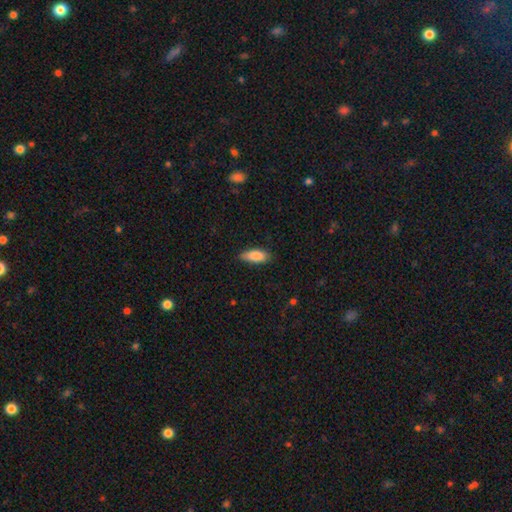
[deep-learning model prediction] A smooth galaxy with no disk features (86%) that is in between round and cigar-shaped (78%). Merging: none (77%).